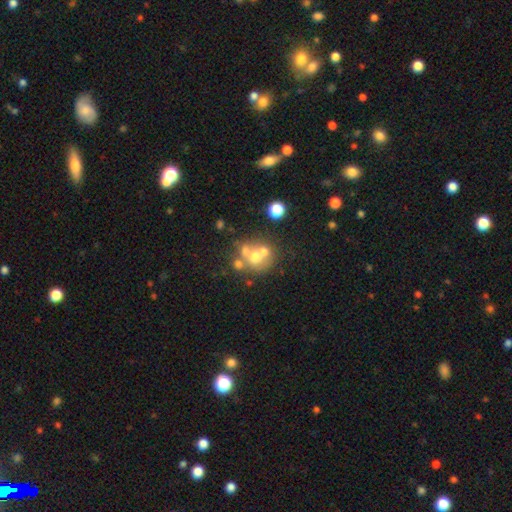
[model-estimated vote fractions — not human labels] A smooth galaxy with no disk features (51%) that is round (77%).

Vote fractions:
- Smooth or featured? smooth: 51% / featured or disk: 34% / star or artifact: 15%
- How rounded? round: 77% / in between: 22% / cigar-shaped: 1%
- Merging? merger: 47% / none: 36% / minor disturbance: 9% / major disturbance: 7%